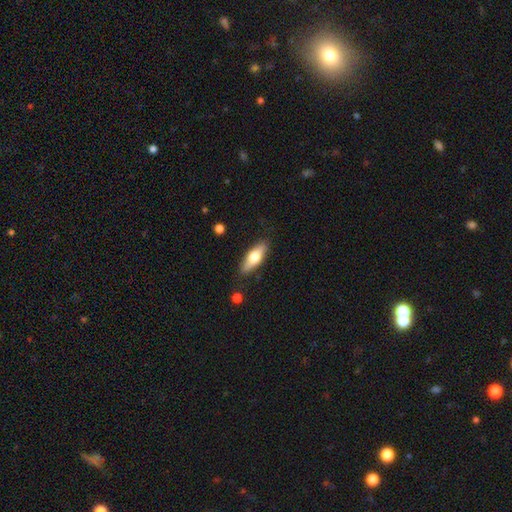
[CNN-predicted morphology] This appears to be a smooth galaxy with no disk features (56%) that is in between round and cigar-shaped (56%). Merging: none (85%).